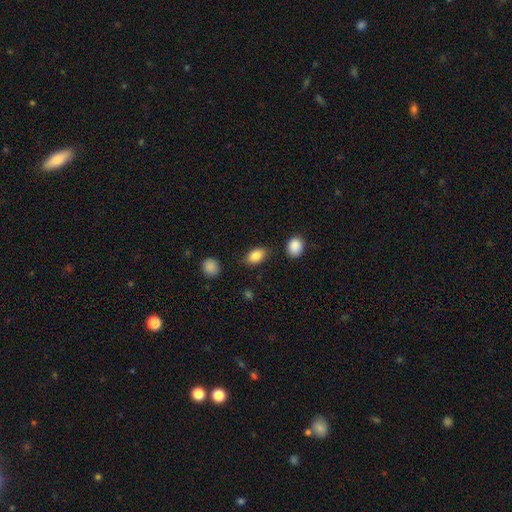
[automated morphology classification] Q: Smooth or featured?
A: smooth (86%); runner-up: star or artifact (8%)
Q: How rounded?
A: in between (86%); runner-up: round (12%)
Q: Merging?
A: none (82%); runner-up: minor disturbance (12%)